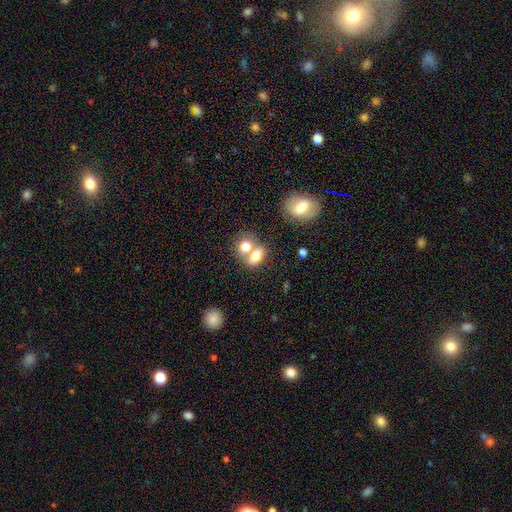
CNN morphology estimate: Smooth or featured: smooth — 76% (featured or disk — 15%)
How rounded: in between — 72% (round — 25%)
Merging: merger — 60% (none — 29%)